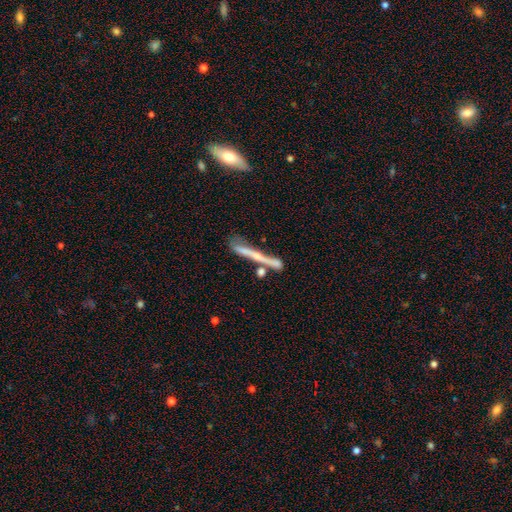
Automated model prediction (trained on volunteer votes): This appears to be a featured or disk galaxy (56%) viewed edge-on (85%). Merging: none (47%).